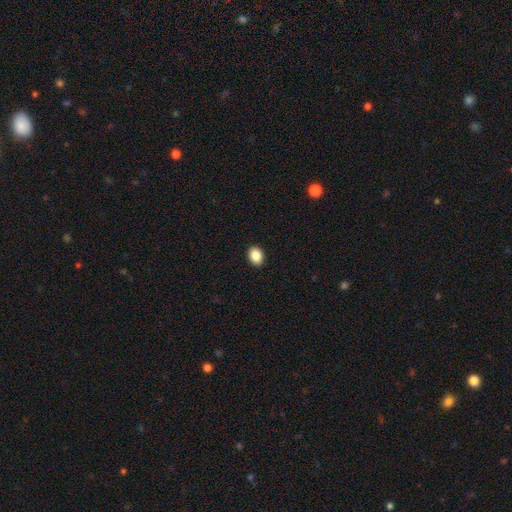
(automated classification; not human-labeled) smooth-or-featured: smooth: 88% | star or artifact: 8% | featured or disk: 4%
  how-rounded: in between: 67% | round: 32% | cigar-shaped: 1%
  merging: none: 92% | minor disturbance: 6% | major disturbance: 2% | merger: 1%